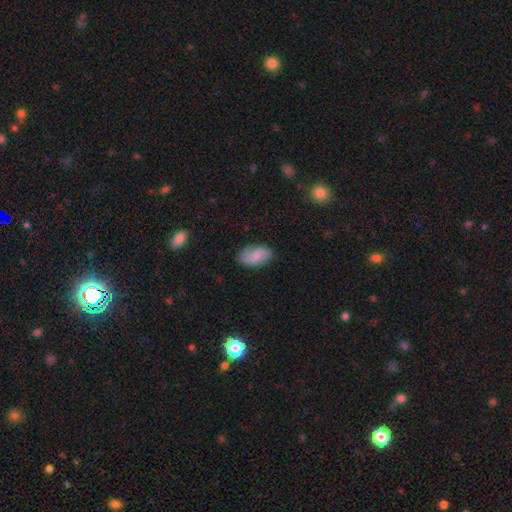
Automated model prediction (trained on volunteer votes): Smooth or featured? smooth (65%)
How rounded? in between (93%)
Merging? none (75%)